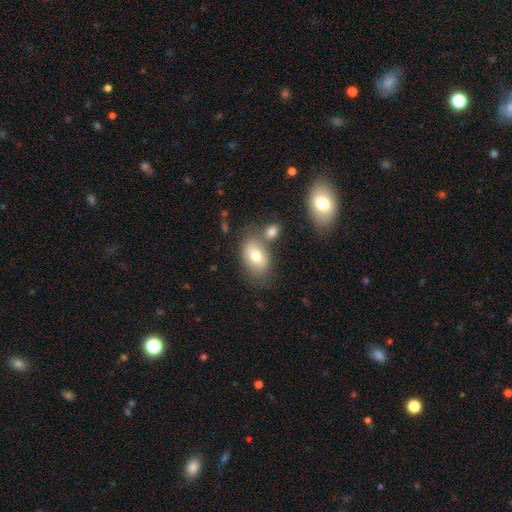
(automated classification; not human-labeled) smooth_or_featured: smooth (p=0.72) [alt: featured or disk p=0.19]
how_rounded: in between (p=0.85) [alt: round p=0.14]
merging: none (p=0.58) [alt: merger p=0.21]